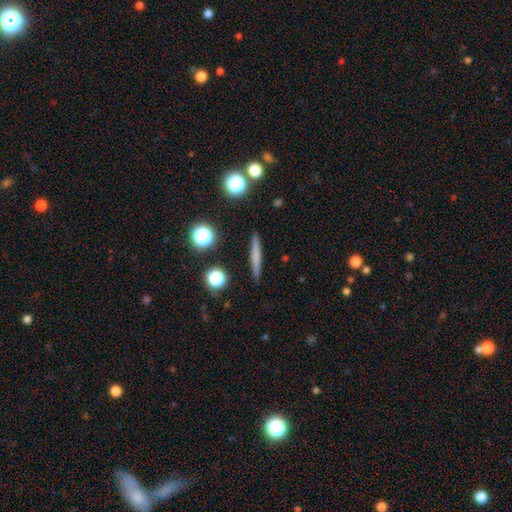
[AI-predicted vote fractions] This is likely a smooth galaxy (62%). How rounded: clearly cigar-shaped (92%). Merging: clearly none (91%).